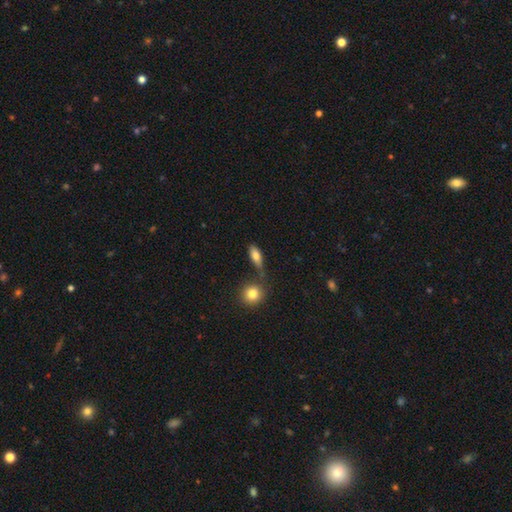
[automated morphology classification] Overall: smooth (76%). How rounded: in between (75%). Merging: none (62%).